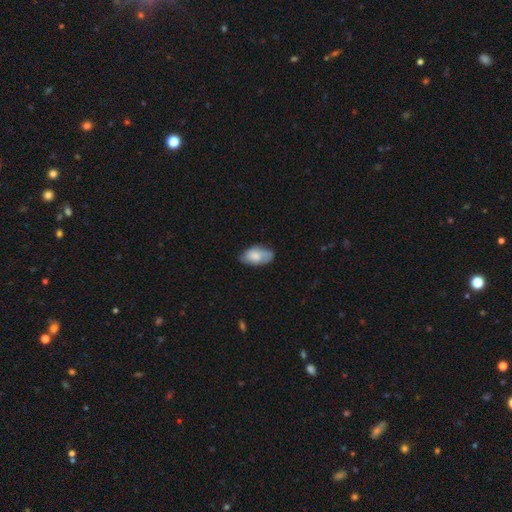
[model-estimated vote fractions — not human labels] Smooth or featured? Predicted: smooth (p=0.73). How rounded? Predicted: in between (p=0.94). Merging? Predicted: none (p=0.65).